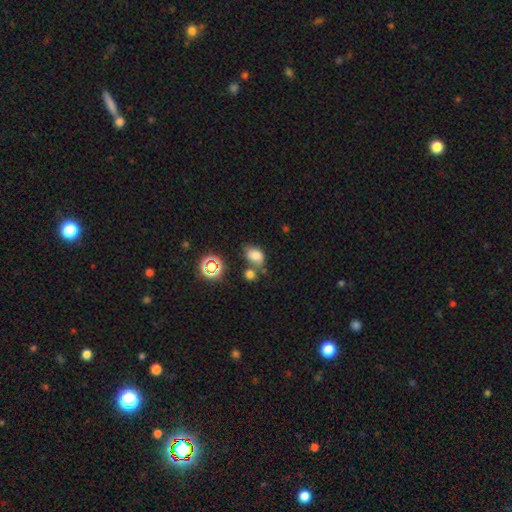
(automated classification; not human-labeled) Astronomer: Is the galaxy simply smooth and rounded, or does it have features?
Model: smooth — 74%.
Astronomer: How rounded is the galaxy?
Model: in between — 75%.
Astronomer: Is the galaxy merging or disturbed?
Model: none — 46% (runner-up: merger, 27%).